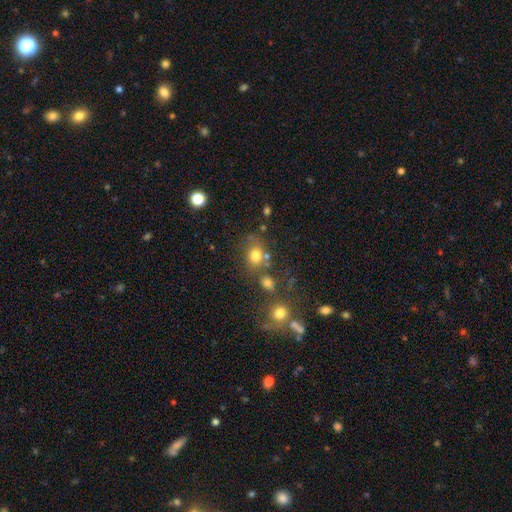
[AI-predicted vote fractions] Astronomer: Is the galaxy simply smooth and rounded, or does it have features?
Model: smooth — 74%.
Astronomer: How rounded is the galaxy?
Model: round — 65%.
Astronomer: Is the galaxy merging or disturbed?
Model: none — 58%.